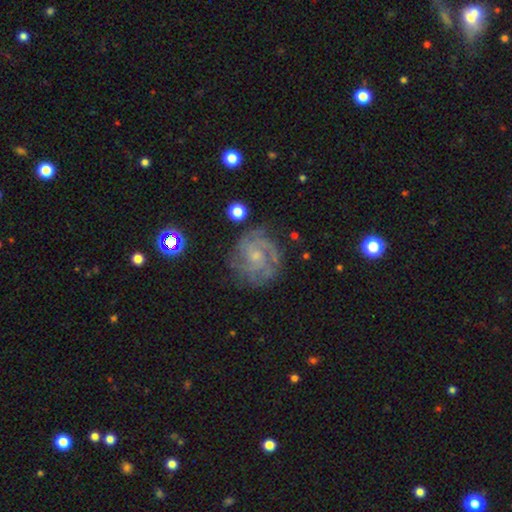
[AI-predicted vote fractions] Q: Smooth or featured?
A: featured or disk (83%); runner-up: smooth (9%)
Q: Edge-on disk?
A: no (98%); runner-up: yes (2%)
Q: Bar?
A: no (67%); runner-up: weak (28%)
Q: Spiral arms?
A: yes (95%); runner-up: no (5%)
Q: Spiral winding?
A: tight (61%); runner-up: medium (32%)
Q: Spiral arm count?
A: 3 (28%); runner-up: can't tell (26%)
Q: Bulge size?
A: small (70%); runner-up: moderate (20%)
Q: Merging?
A: none (74%); runner-up: minor disturbance (17%)